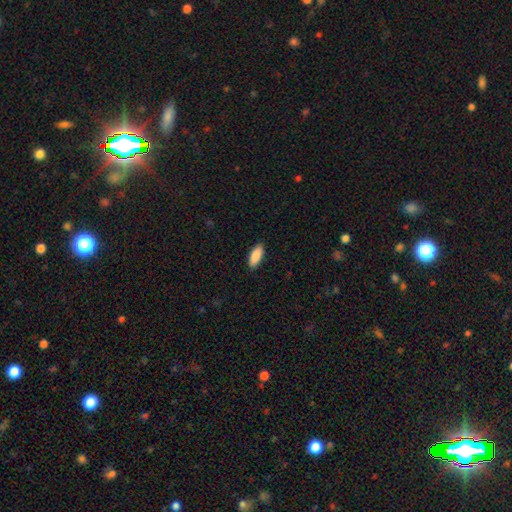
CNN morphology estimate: A smooth galaxy with no disk features (89%) that is in between round and cigar-shaped (78%).

Vote fractions:
- Smooth or featured? smooth: 89% / star or artifact: 6% / featured or disk: 5%
- How rounded? in between: 78% / cigar-shaped: 20% / round: 2%
- Merging? none: 88% / minor disturbance: 9% / major disturbance: 2% / merger: 1%